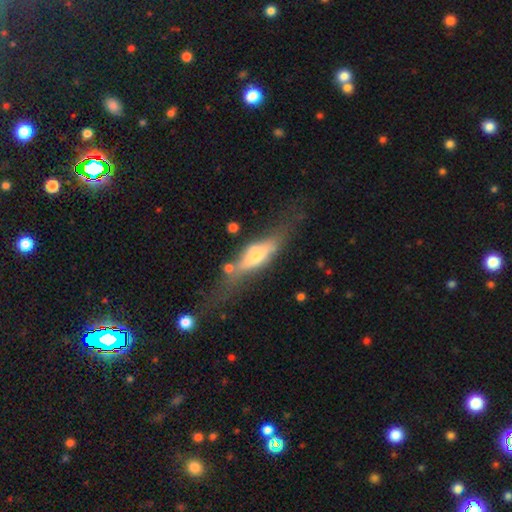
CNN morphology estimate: This is possibly a featured or disk galaxy (58%). It is likely viewed edge-on (75%). Merging: possibly none (50%).